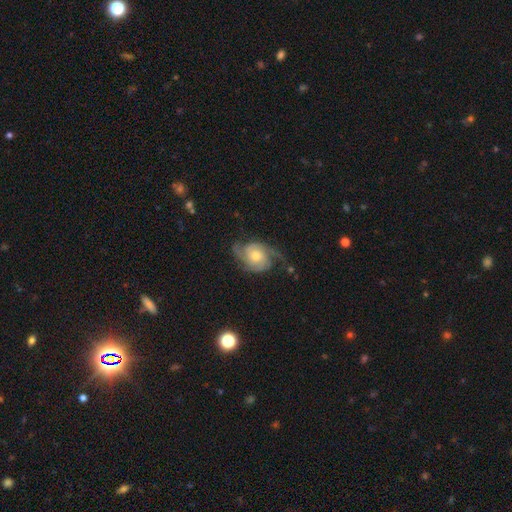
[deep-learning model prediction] Smooth or featured? featured or disk (87%)
Edge-on disk? no (97%)
Bar? no (74%)
Spiral arms? yes (97%)
Spiral winding? medium (45%)
Spiral arm count? 2 (43%)
Bulge size? moderate (65%)
Merging? none (66%)